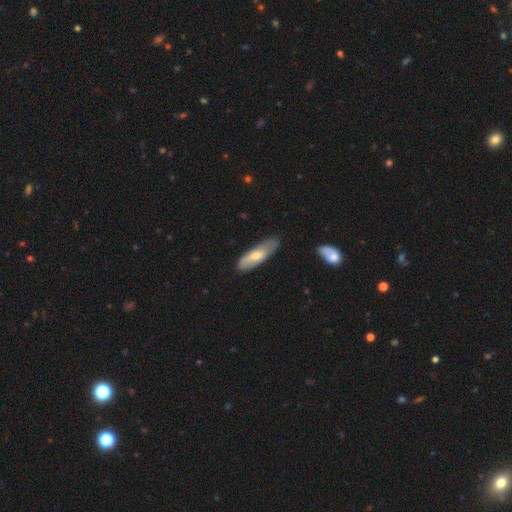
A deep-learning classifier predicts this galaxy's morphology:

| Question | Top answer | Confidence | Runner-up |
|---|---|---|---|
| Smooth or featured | smooth | 64% | featured or disk (31%) |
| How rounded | in between | 53% | cigar-shaped (45%) |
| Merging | none | 68% | minor disturbance (24%) |